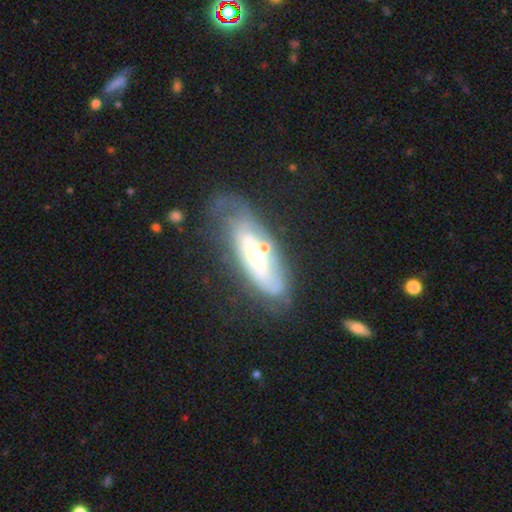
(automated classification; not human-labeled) smooth-or-featured: featured or disk: 69% | smooth: 25% | star or artifact: 7%
  disk-edge-on: no: 79% | yes: 21%
    bar: no: 55% | weak: 28% | strong: 17%
    has-spiral-arms: yes: 61% | no: 39%
    bulge-size: moderate: 58% | small: 28% | large: 11% | none: 2% | dominant: 2%
  merging: none: 43% | minor disturbance: 26% | major disturbance: 23% | merger: 8%